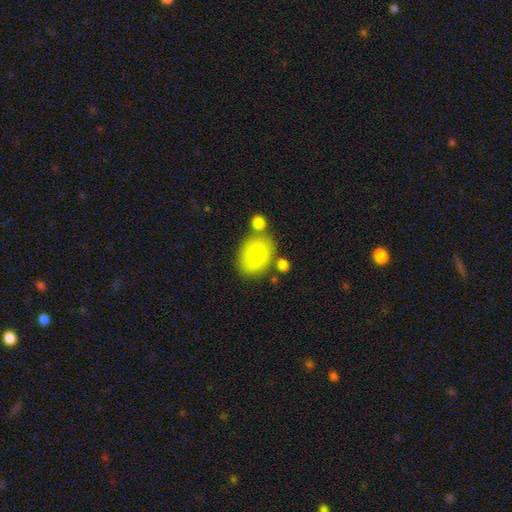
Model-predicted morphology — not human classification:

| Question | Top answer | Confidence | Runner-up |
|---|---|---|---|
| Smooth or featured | smooth | 82% | featured or disk (11%) |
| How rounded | in between | 72% | round (27%) |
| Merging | none | 65% | minor disturbance (16%) |